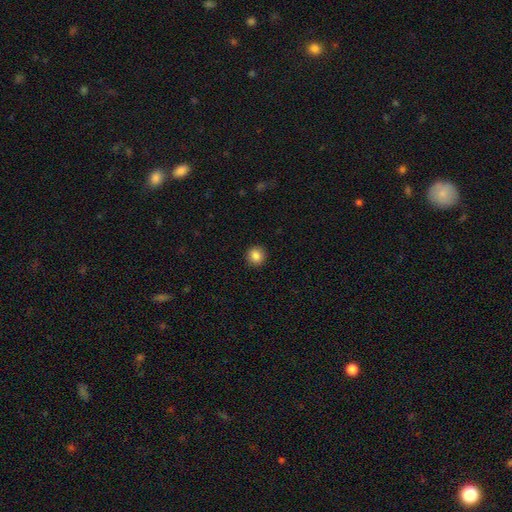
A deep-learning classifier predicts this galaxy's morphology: A smooth galaxy with no disk features (86%) that is round (92%). Merging: none (92%).